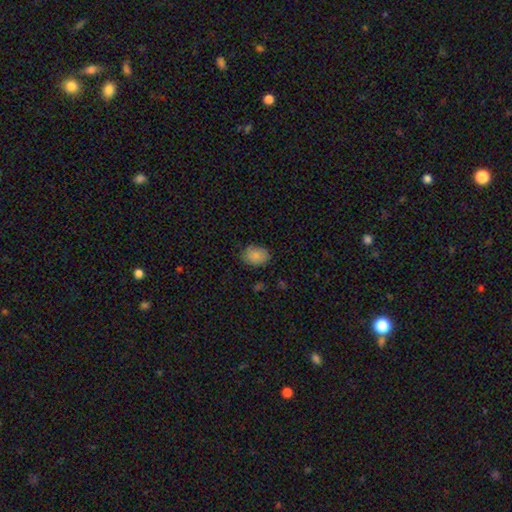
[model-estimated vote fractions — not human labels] Overall: smooth (84%). How rounded: in between (70%). Merging: none (76%).